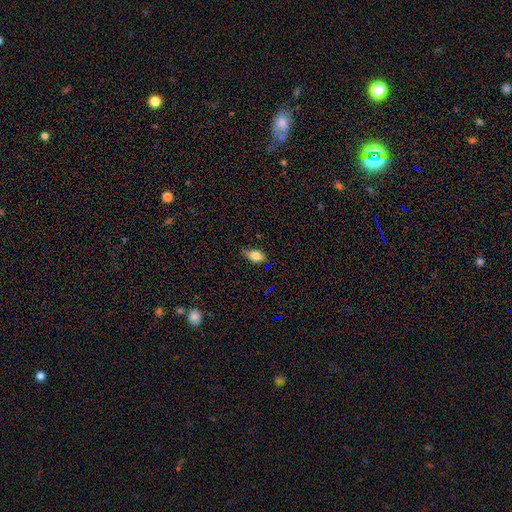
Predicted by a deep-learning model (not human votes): Overall: smooth (77%). How rounded: in between (85%). Merging: none (60%; minor disturbance 32%).